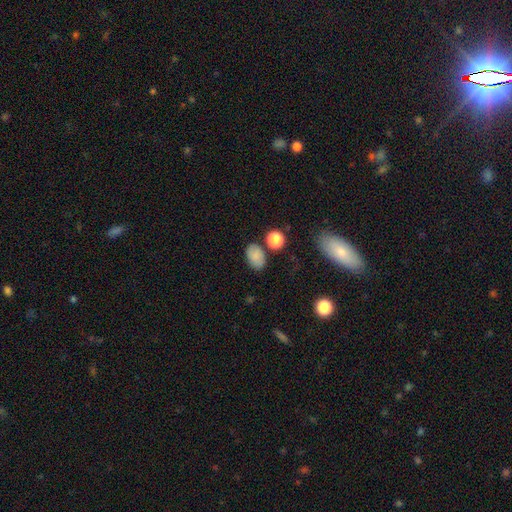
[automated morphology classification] A smooth galaxy with no disk features (81%) that is in between round and cigar-shaped (84%). Merging: none (74%).